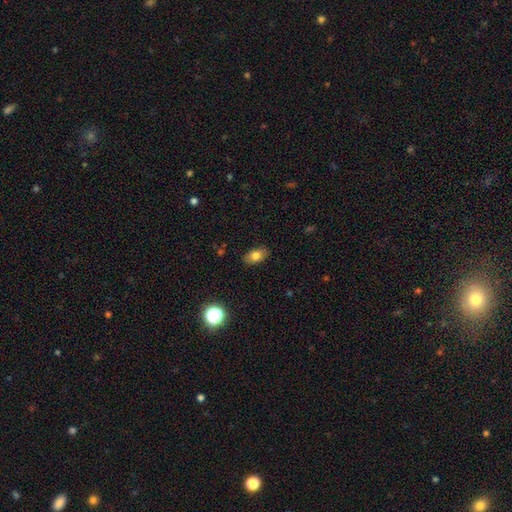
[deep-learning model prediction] Smooth or featured? Predicted: smooth (p=0.77). How rounded? Predicted: in between (p=0.87). Merging? Predicted: none (p=0.86).